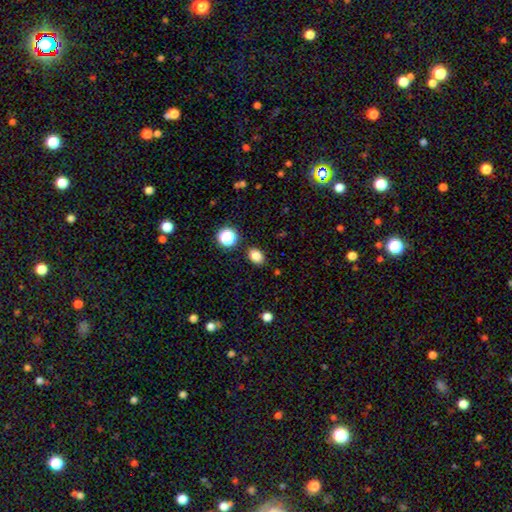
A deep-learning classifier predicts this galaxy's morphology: Smooth or featured?
  - smooth: 83% *
  - star or artifact: 12%
  - featured or disk: 5%
How rounded?
  - in between: 65% *
  - round: 34%
  - cigar-shaped: 1%
Merging?
  - none: 87% *
  - minor disturbance: 8%
  - merger: 2%
  - major disturbance: 2%